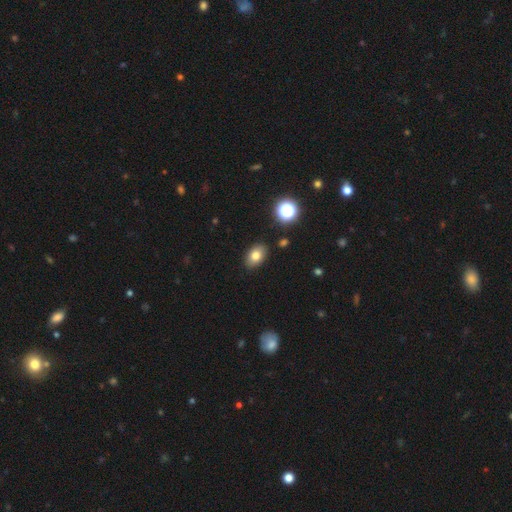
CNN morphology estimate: smooth_or_featured: smooth (p=0.79) [alt: star or artifact p=0.11]
how_rounded: in between (p=0.83) [alt: round p=0.16]
merging: none (p=0.87) [alt: minor disturbance p=0.09]